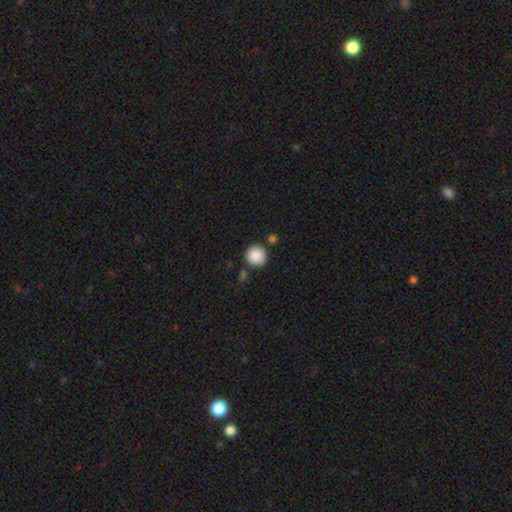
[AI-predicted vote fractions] smooth 89%, star or artifact 8%, featured or disk 3%. Down the decision tree: how rounded — round (93%); merging — none (81%).